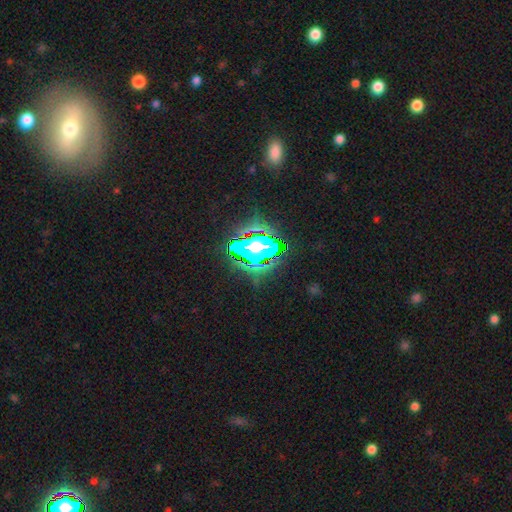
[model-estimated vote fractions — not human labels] This appears to be a star or artifact, not a galaxy (77%).